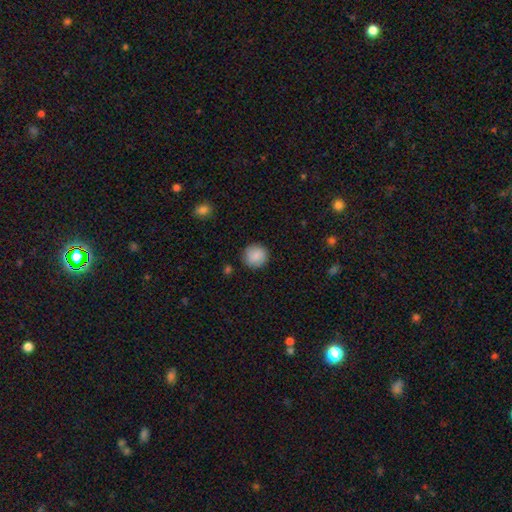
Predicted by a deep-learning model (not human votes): This is clearly a smooth galaxy (84%). How rounded: clearly round (93%). Merging: clearly none (89%).